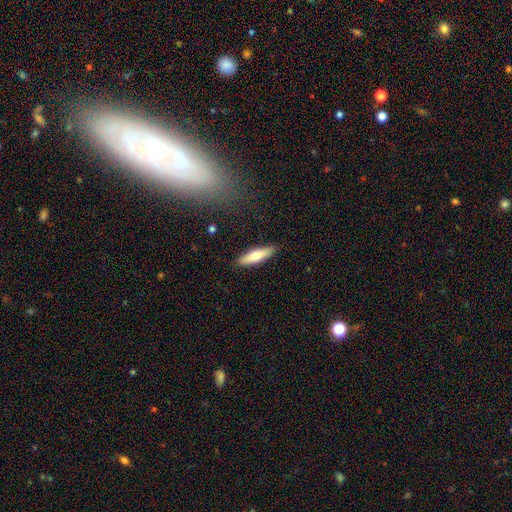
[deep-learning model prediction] The model was most divided on "how rounded": cigar-shaped: 64%, in between: 34%, round: 2%. More confident: merging — none (89%); smooth or featured — smooth (66%).